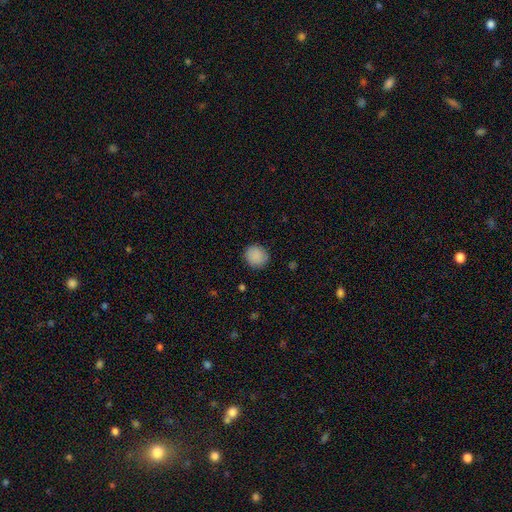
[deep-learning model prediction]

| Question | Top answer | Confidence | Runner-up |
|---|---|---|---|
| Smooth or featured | smooth | 89% | star or artifact (8%) |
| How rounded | round | 86% | in between (13%) |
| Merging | none | 88% | minor disturbance (9%) |